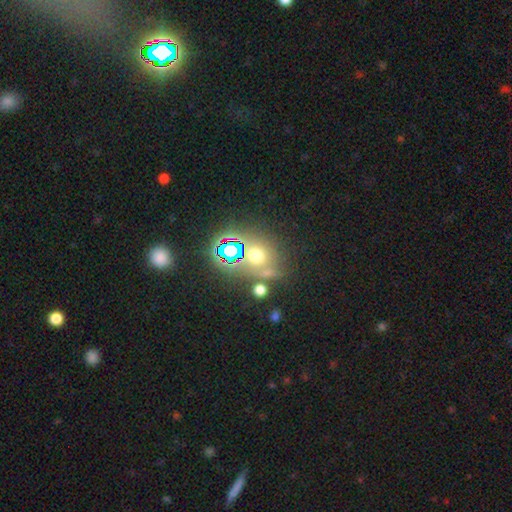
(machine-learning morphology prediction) This is possibly a smooth galaxy (48%). Merging: likely none (68%).